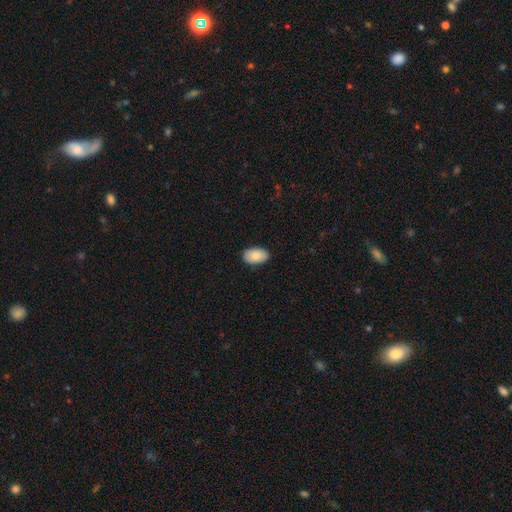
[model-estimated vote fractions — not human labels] smooth 84%, featured or disk 9%, star or artifact 6%. Down the decision tree: how rounded — in between (93%); merging — none (87%).